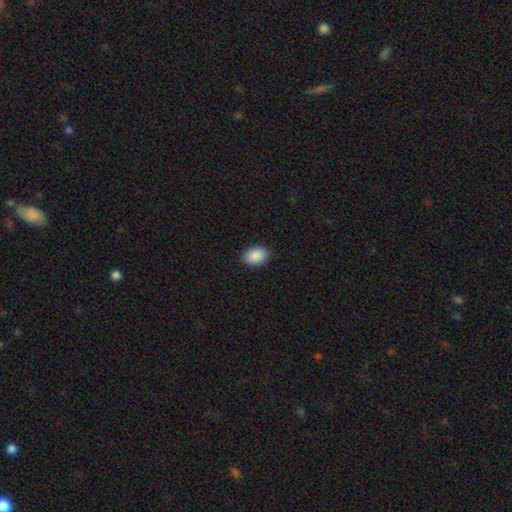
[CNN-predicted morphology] Smooth or featured? Predicted: smooth (p=0.90). How rounded? Predicted: in between (p=0.84). Merging? Predicted: none (p=0.88).